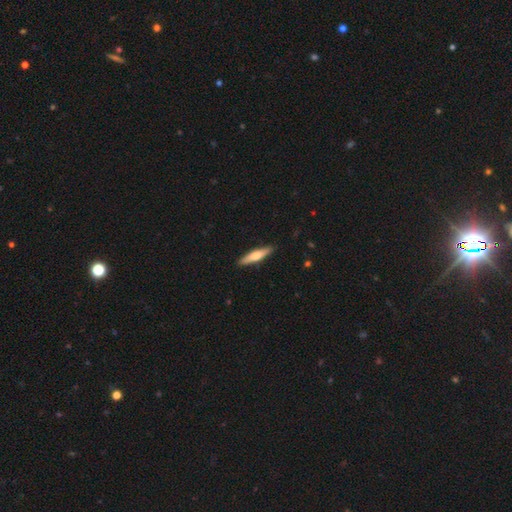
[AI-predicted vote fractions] Q: Smooth or featured?
A: smooth (54%); runner-up: featured or disk (41%)
Q: How rounded?
A: cigar-shaped (82%); runner-up: in between (16%)
Q: Merging?
A: none (90%); runner-up: minor disturbance (7%)